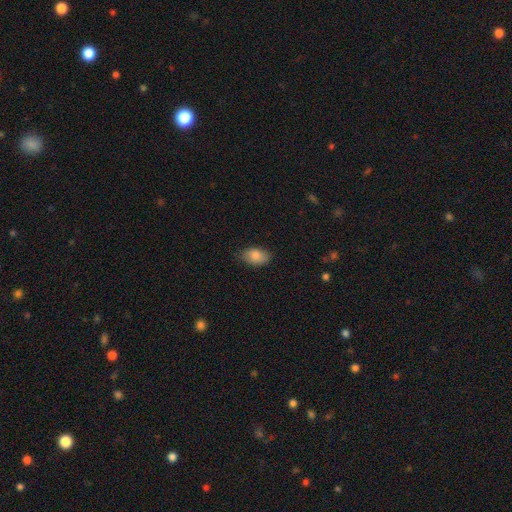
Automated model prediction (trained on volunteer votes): Q: Smooth or featured?
A: smooth (86%); runner-up: featured or disk (7%)
Q: How rounded?
A: in between (91%); runner-up: round (7%)
Q: Merging?
A: none (81%); runner-up: minor disturbance (15%)